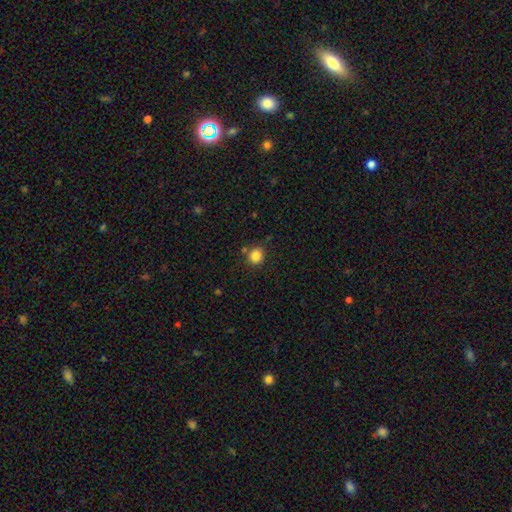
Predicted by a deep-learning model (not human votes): Smooth or featured? smooth (84%)
How rounded? round (76%)
Merging? none (77%)